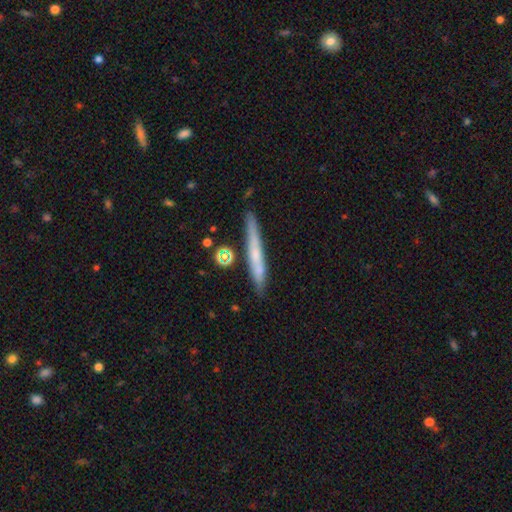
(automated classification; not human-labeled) Smooth or featured? smooth (50%)
Merging? none (82%)